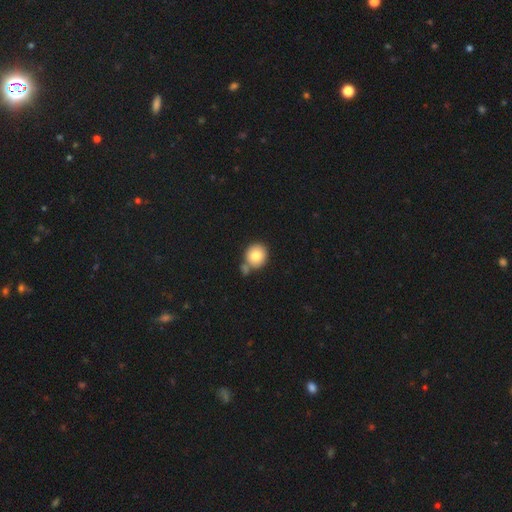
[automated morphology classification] Smooth or featured? smooth (81%)
How rounded? round (86%)
Merging? none (58%)